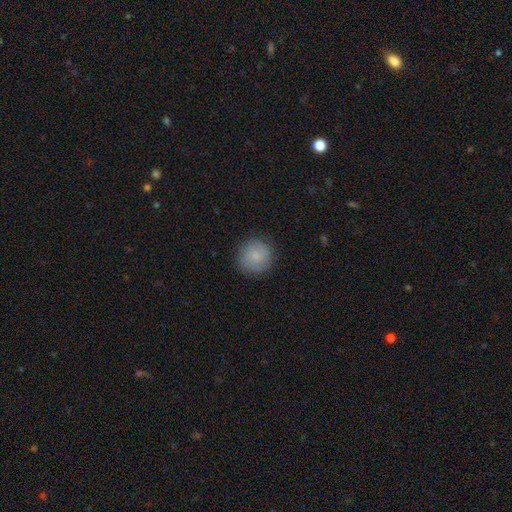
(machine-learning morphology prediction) A smooth galaxy with no disk features (79%) that is round (93%). Merging: none (86%).